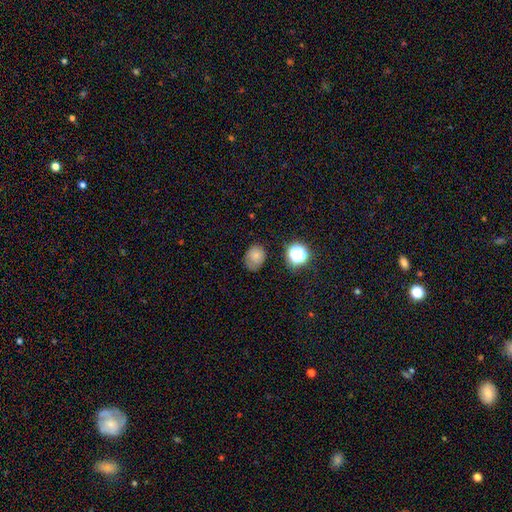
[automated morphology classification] Smooth or featured? Predicted: smooth (p=0.74). How rounded? Predicted: round (p=0.51). Merging? Predicted: none (p=0.64).